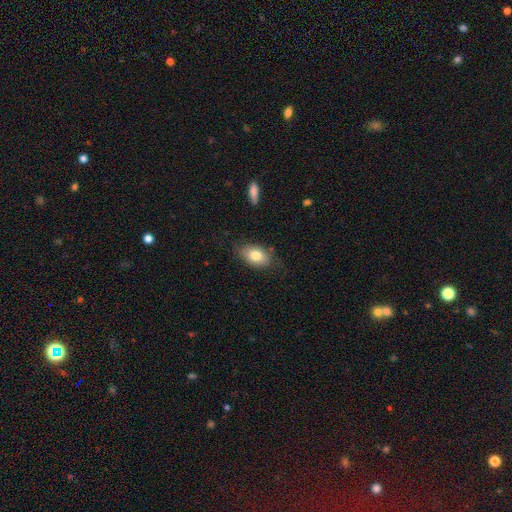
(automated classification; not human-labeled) Morphology: type=smooth (78%); roundness=in between (88%); merging=none (77%).